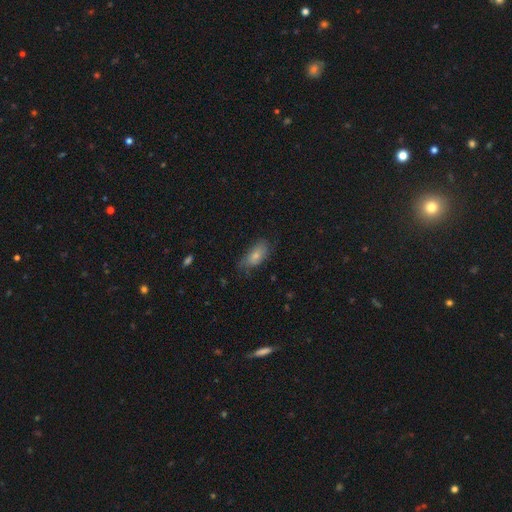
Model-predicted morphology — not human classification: A smooth galaxy with no disk features (72%) that is in between round and cigar-shaped (88%).

Vote fractions:
- Smooth or featured? smooth: 72% / featured or disk: 21% / star or artifact: 7%
- How rounded? in between: 88% / cigar-shaped: 8% / round: 4%
- Merging? none: 59% / minor disturbance: 30% / major disturbance: 10% / merger: 1%